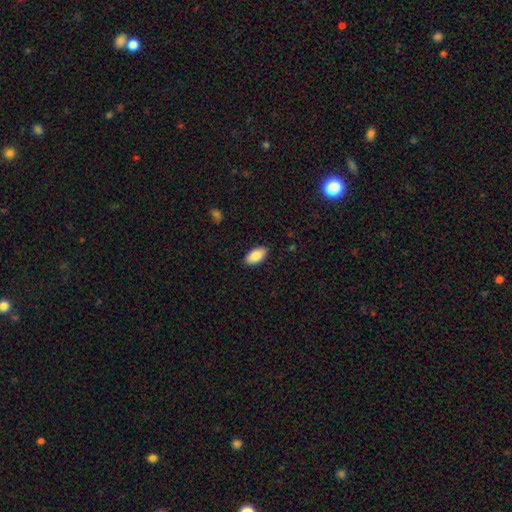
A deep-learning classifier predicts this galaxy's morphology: smooth_or_featured: smooth (p=0.86) [alt: featured or disk p=0.08]
how_rounded: in between (p=0.94) [alt: cigar-shaped p=0.04]
merging: none (p=0.88) [alt: minor disturbance p=0.09]